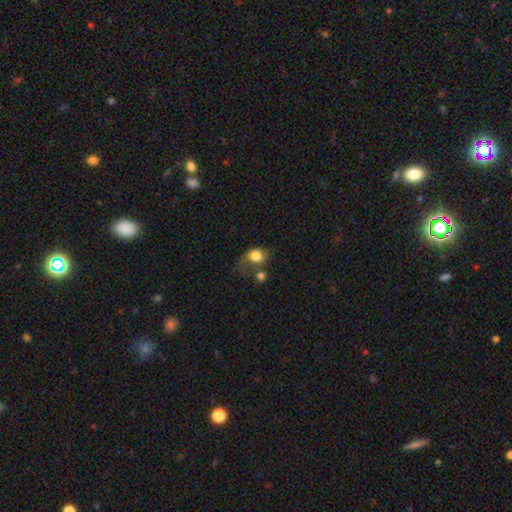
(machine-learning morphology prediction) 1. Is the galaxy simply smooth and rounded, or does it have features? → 77% smooth, 14% featured or disk, 9% star or artifact.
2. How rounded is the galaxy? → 51% round, 48% in between, 1% cigar-shaped.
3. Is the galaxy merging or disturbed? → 29% none, 28% major disturbance, 21% minor disturbance, 21% merger.